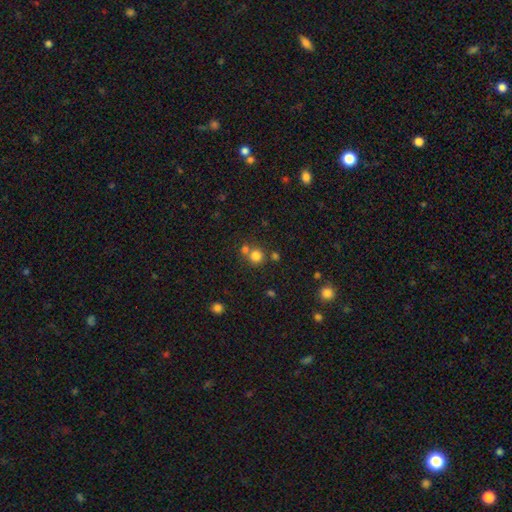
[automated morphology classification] Smooth or featured? smooth (78%)
How rounded? round (91%)
Merging? none (60%)